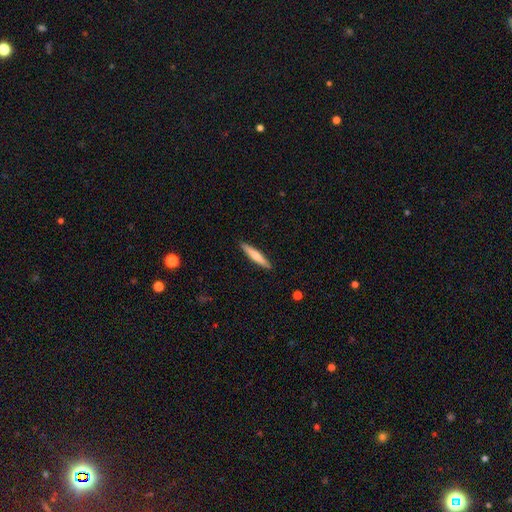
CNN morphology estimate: smooth_or_featured: smooth (p=0.64) [alt: featured or disk p=0.31]
how_rounded: cigar-shaped (p=0.92) [alt: in between p=0.07]
merging: none (p=0.91) [alt: minor disturbance p=0.07]